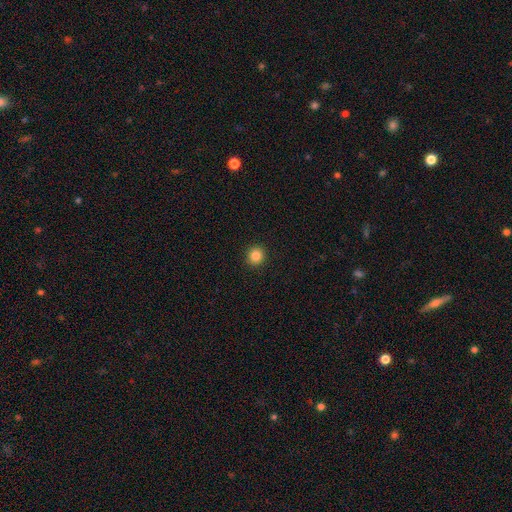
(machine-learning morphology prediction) The model was most divided on "smooth or featured": smooth: 84%, star or artifact: 11%, featured or disk: 4%. More confident: merging — none (93%); how rounded — round (91%).